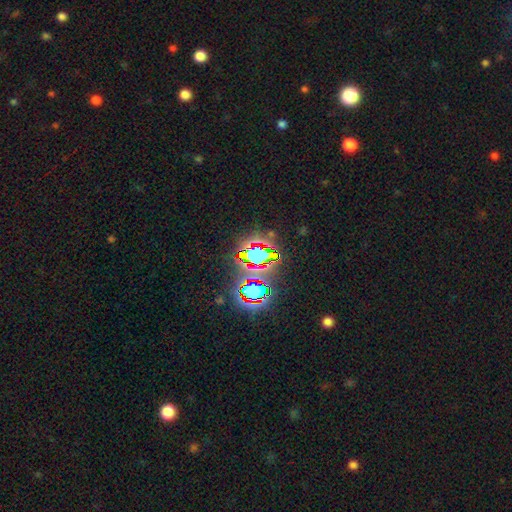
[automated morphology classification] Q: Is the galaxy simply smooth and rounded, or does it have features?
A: star or artifact — 74%.